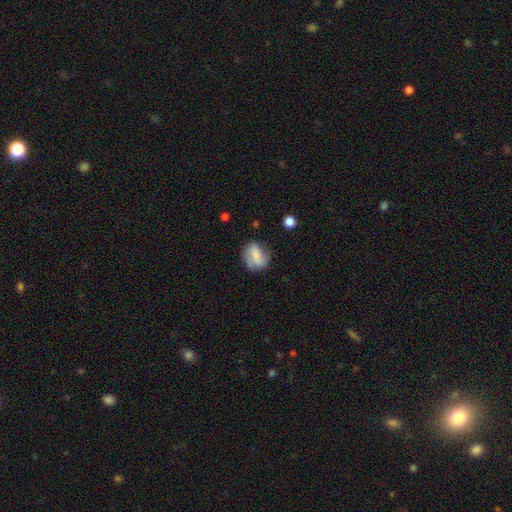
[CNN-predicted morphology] Smooth or featured? Predicted: smooth (p=0.65). How rounded? Predicted: in between (p=0.53). Merging? Predicted: none (p=0.57).